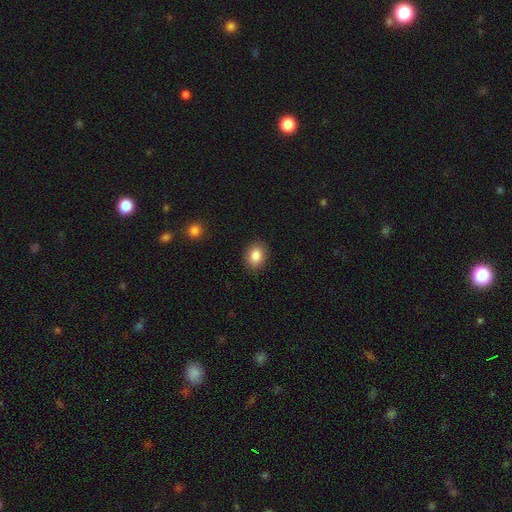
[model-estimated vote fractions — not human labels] Smooth or featured: smooth — 85% (star or artifact — 9%)
How rounded: in between — 57% (round — 42%)
Merging: none — 89% (minor disturbance — 8%)